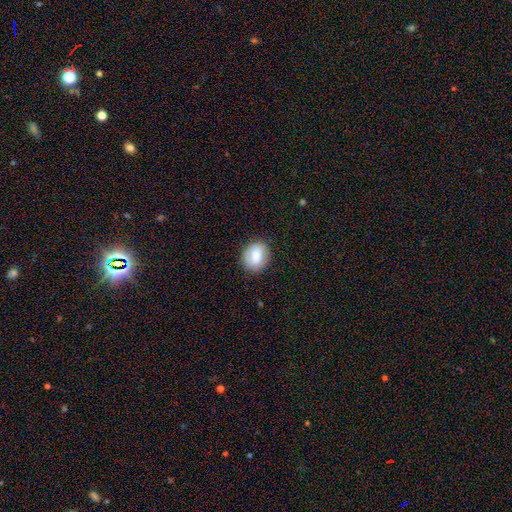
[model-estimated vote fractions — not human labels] A smooth galaxy with no disk features (78%) that is round (51%). Merging: none (84%).